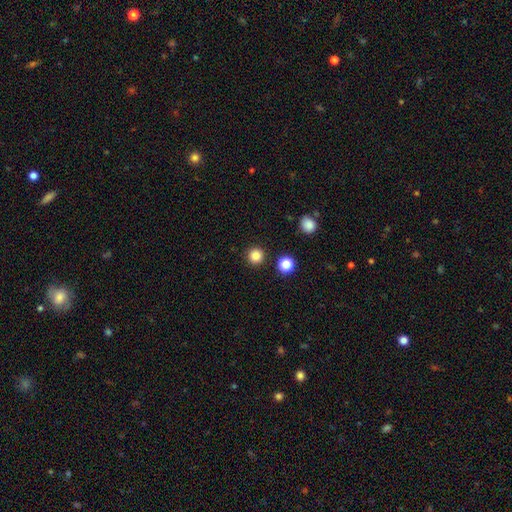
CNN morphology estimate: This is clearly a smooth galaxy (84%). How rounded: clearly round (95%). Merging: clearly none (91%).